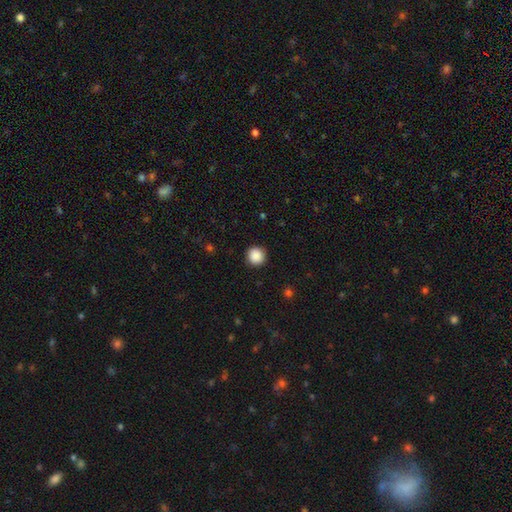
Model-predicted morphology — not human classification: The model was most divided on "smooth or featured": smooth: 88%, star or artifact: 9%, featured or disk: 3%. More confident: how rounded — round (95%); merging — none (91%).